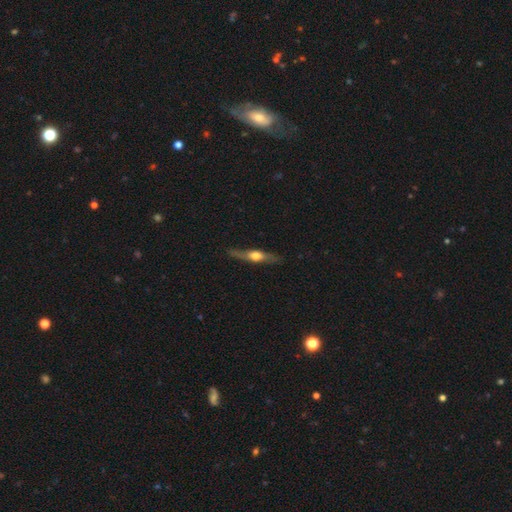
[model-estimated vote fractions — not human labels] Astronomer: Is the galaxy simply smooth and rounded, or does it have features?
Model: featured or disk — 63%.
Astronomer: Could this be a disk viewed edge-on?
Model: yes — 93%.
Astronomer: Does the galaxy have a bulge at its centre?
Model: rounded — 92%.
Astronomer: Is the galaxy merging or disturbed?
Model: none — 84%.